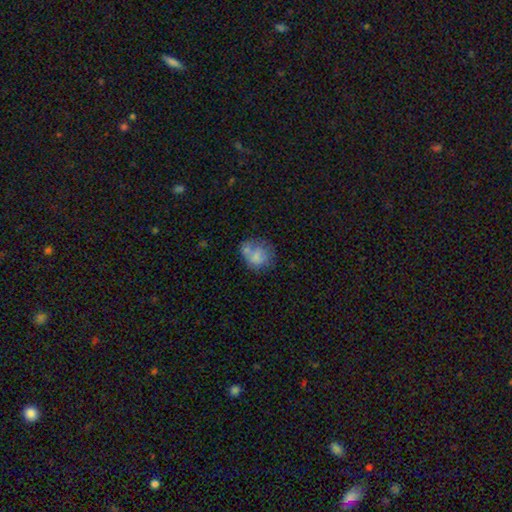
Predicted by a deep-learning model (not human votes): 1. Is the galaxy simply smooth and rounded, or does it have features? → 64% smooth, 27% featured or disk, 9% star or artifact.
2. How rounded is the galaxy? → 64% round, 35% in between, 1% cigar-shaped.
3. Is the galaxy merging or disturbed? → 38% none, 25% merger, 21% minor disturbance, 16% major disturbance.